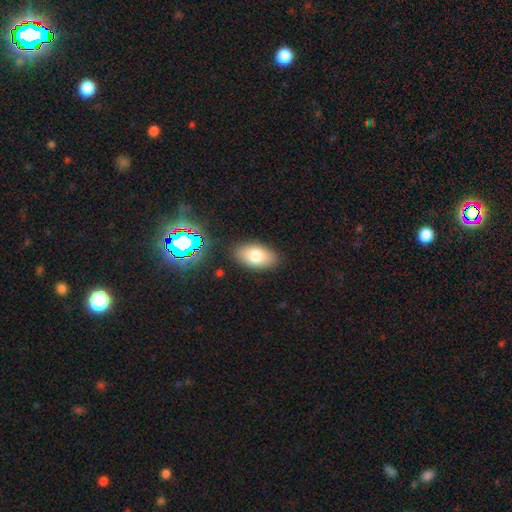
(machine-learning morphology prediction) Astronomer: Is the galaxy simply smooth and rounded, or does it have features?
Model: smooth — 76%.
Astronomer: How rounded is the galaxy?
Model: in between — 92%.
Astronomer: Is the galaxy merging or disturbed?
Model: none — 86%.